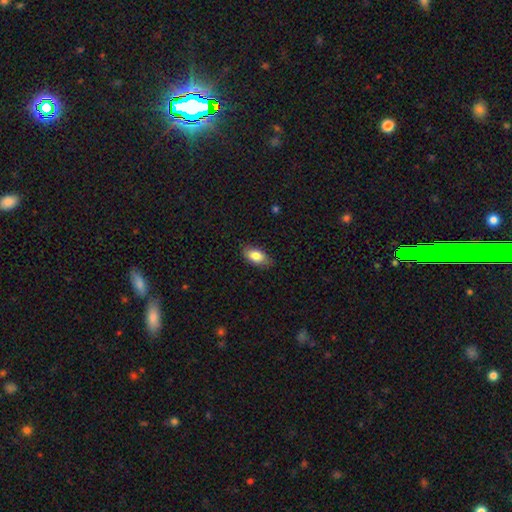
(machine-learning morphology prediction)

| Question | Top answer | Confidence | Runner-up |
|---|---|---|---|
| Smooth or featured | smooth | 81% | featured or disk (12%) |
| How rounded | in between | 91% | round (5%) |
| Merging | none | 78% | minor disturbance (18%) |